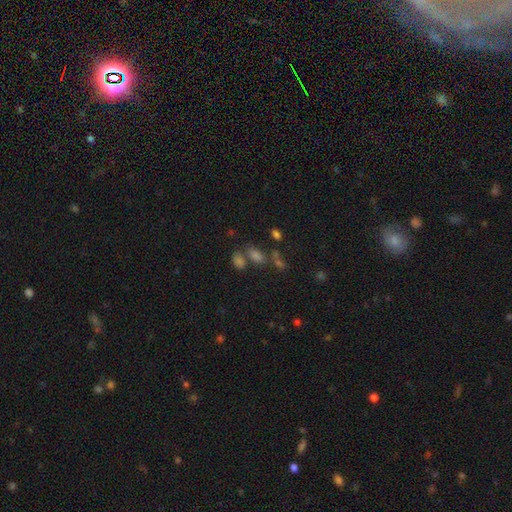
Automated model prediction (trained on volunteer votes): This appears to be a smooth galaxy with no disk features (48%). Merging: none (46%).